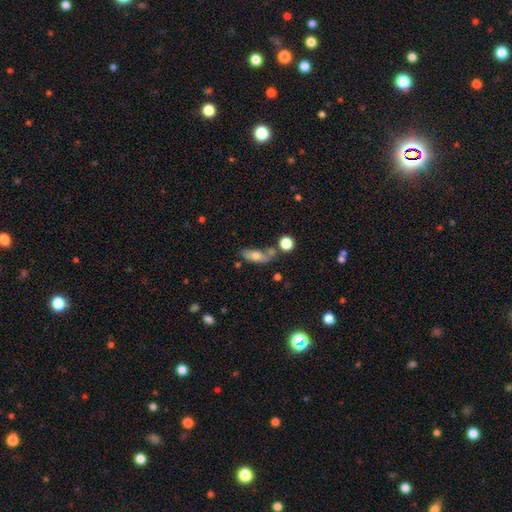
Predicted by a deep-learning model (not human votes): smooth_or_featured: smooth (p=0.64) [alt: featured or disk p=0.26]
how_rounded: in between (p=0.71) [alt: cigar-shaped p=0.23]
merging: none (p=0.48) [alt: minor disturbance p=0.22]